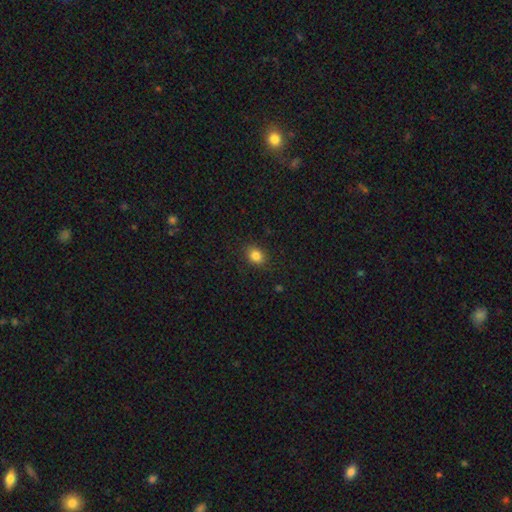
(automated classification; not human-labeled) Smooth or featured? smooth (84%)
How rounded? in between (64%)
Merging? none (88%)